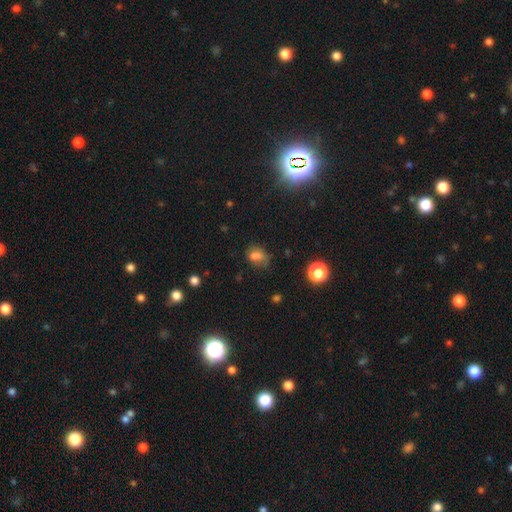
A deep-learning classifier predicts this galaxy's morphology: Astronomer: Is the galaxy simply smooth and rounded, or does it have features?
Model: smooth — 72%.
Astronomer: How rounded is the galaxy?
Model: in between — 70%.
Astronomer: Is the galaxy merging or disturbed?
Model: none — 51% (runner-up: minor disturbance, 29%).